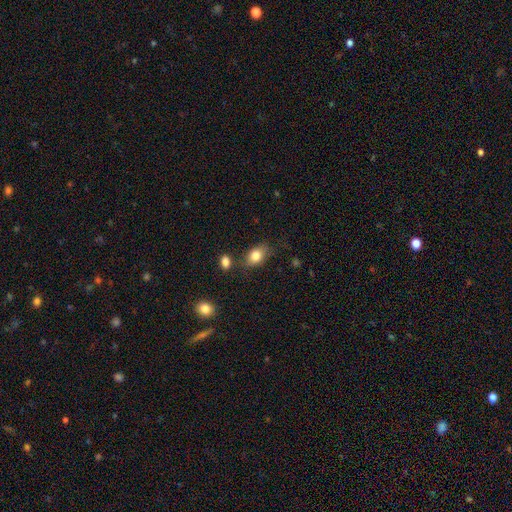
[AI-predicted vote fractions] Smooth or featured: smooth — 81% (featured or disk — 11%)
How rounded: in between — 81% (round — 17%)
Merging: none — 71% (minor disturbance — 18%)